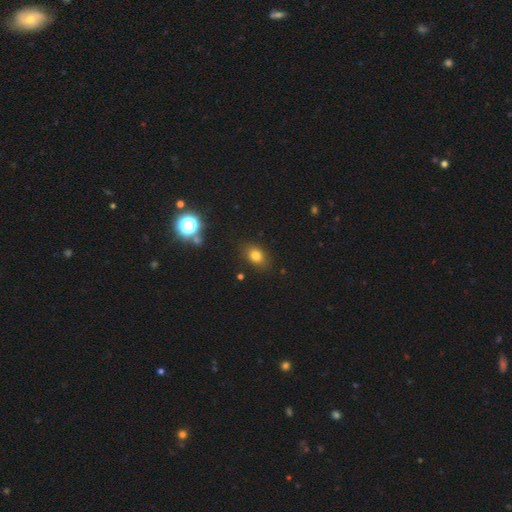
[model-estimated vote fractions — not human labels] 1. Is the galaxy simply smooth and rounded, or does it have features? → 78% smooth, 14% star or artifact, 8% featured or disk.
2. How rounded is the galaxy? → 67% in between, 31% round, 1% cigar-shaped.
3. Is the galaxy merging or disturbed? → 83% none, 12% minor disturbance, 3% major disturbance, 2% merger.